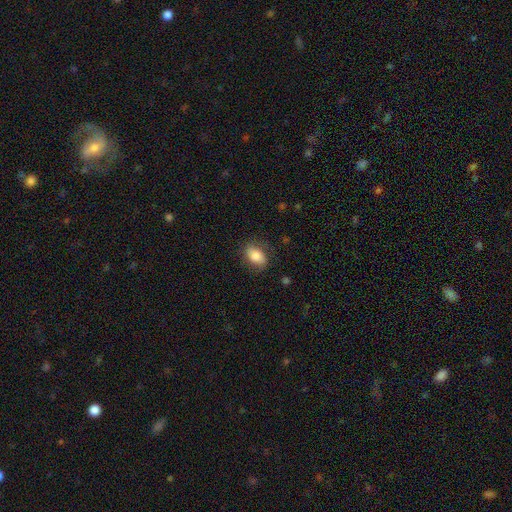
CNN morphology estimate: Smooth or featured? Predicted: smooth (p=0.75). How rounded? Predicted: in between (p=0.81). Merging? Predicted: none (p=0.74).